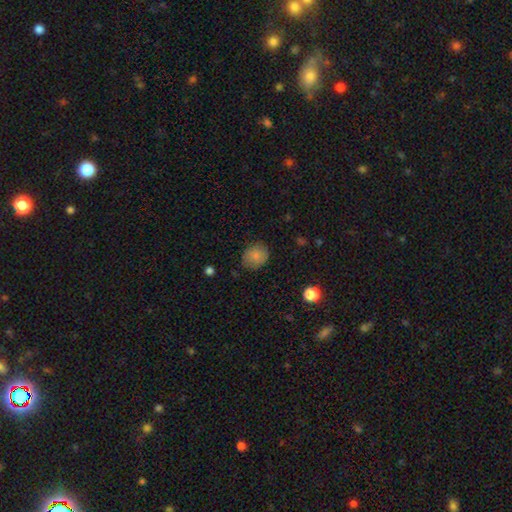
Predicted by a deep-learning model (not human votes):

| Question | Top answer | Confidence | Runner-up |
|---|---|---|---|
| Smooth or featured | smooth | 84% | star or artifact (9%) |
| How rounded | round | 62% | in between (37%) |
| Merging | none | 76% | minor disturbance (18%) |